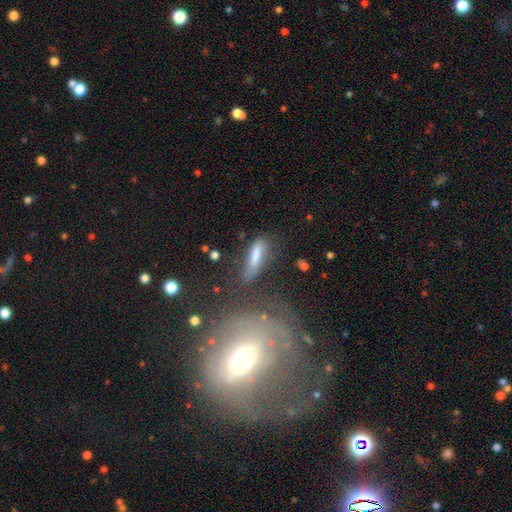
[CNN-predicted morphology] Smooth or featured? Predicted: smooth (p=0.74). How rounded? Predicted: cigar-shaped (p=0.58). Merging? Predicted: none (p=0.50).